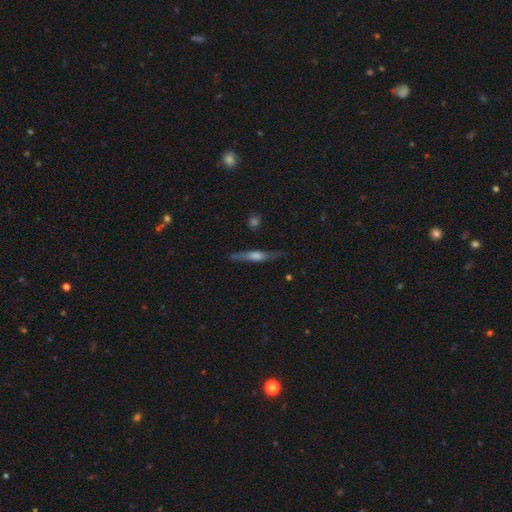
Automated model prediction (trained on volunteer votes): featured or disk 57%, smooth 37%, star or artifact 6%. Down the decision tree: edge-on disk — yes (93%); edge-on bulge — rounded (67%); merging — none (80%).